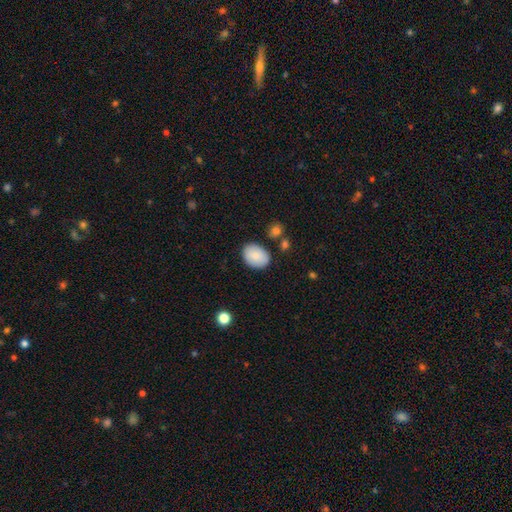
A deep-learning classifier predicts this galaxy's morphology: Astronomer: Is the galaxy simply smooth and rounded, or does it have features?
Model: smooth — 87%.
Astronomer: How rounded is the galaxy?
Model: in between — 75%.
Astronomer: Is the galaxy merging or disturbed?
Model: none — 82%.